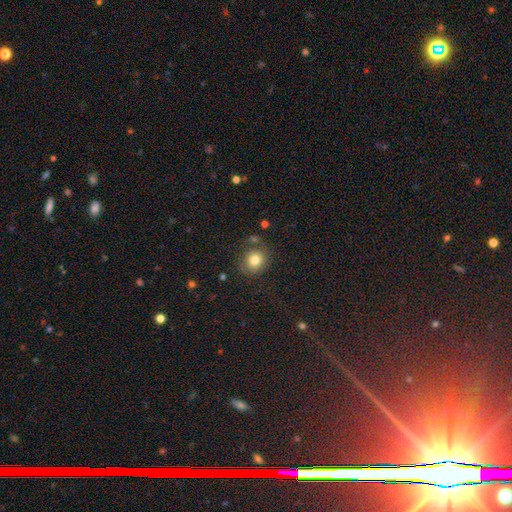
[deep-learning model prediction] Smooth or featured?
  - smooth: 78% *
  - star or artifact: 14%
  - featured or disk: 8%
How rounded?
  - round: 77% *
  - in between: 22%
  - cigar-shaped: 1%
Merging?
  - none: 80% *
  - minor disturbance: 12%
  - merger: 5%
  - major disturbance: 3%